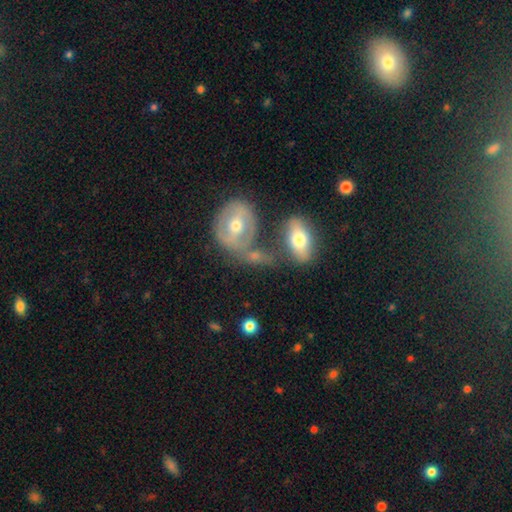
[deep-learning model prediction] smooth-or-featured: featured or disk: 47% | smooth: 44% | star or artifact: 8%
  merging: none: 41% | merger: 34% | minor disturbance: 16% | major disturbance: 9%